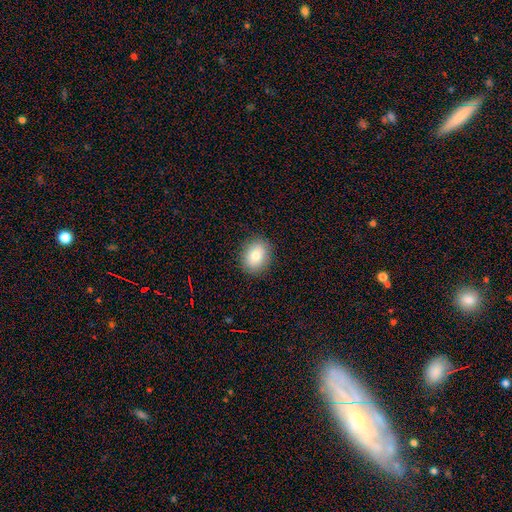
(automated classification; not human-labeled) smooth 81%, featured or disk 10%, star or artifact 9%. Down the decision tree: how rounded — round (52%); merging — none (89%).